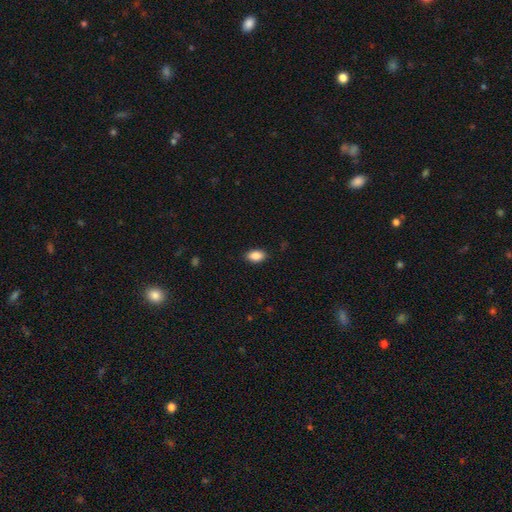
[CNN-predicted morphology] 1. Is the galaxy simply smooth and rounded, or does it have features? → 88% smooth, 8% star or artifact, 4% featured or disk.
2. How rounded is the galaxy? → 90% in between, 8% round, 2% cigar-shaped.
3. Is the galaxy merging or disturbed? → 87% none, 9% minor disturbance, 2% major disturbance, 1% merger.